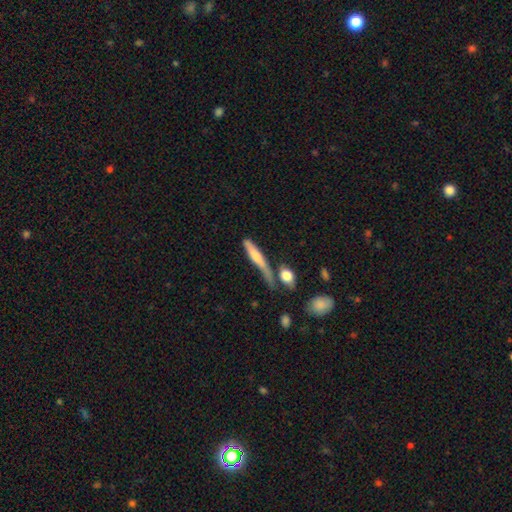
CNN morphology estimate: This is possibly a smooth galaxy (46%). Merging: possibly none (49%).